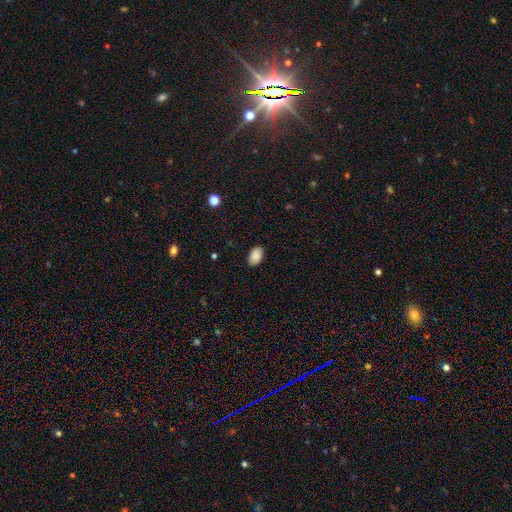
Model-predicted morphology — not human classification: Smooth or featured? Predicted: smooth (p=0.89). How rounded? Predicted: in between (p=0.91). Merging? Predicted: none (p=0.87).